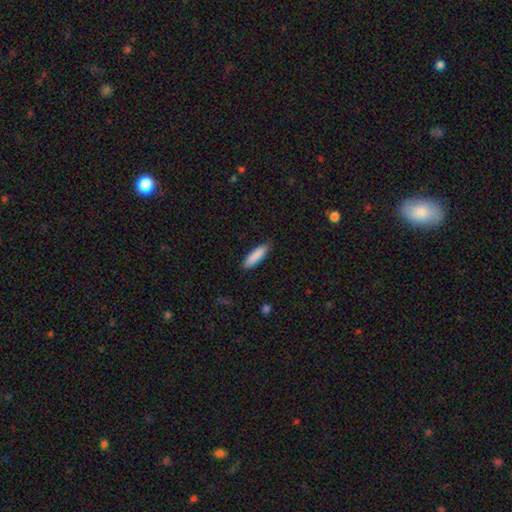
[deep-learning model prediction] Smooth or featured: smooth — 88% (featured or disk — 6%)
How rounded: cigar-shaped — 68% (in between — 30%)
Merging: none — 88% (minor disturbance — 9%)